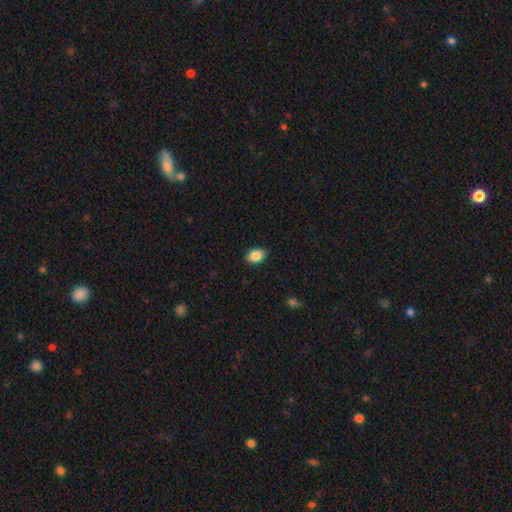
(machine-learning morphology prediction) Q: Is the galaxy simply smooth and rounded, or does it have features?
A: smooth — 87%.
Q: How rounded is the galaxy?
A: in between — 77%.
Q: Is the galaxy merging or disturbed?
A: none — 88%.